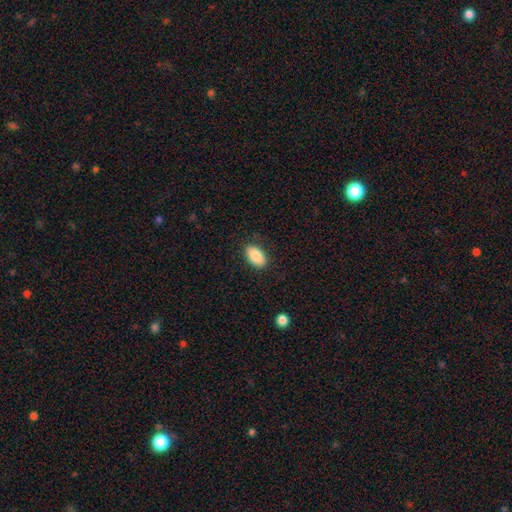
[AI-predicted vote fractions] This is clearly a smooth galaxy (86%). How rounded: clearly in between (93%). Merging: clearly none (86%).